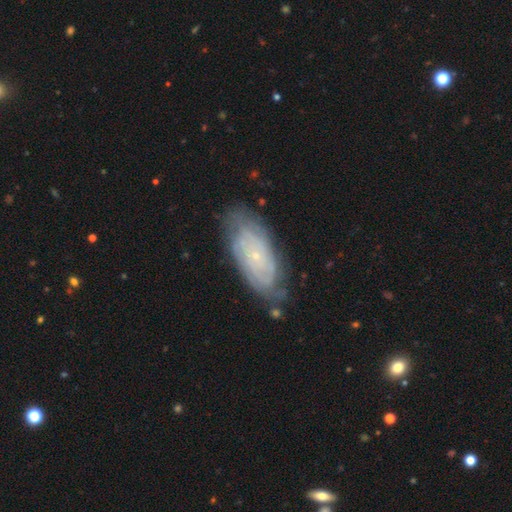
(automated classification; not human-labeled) The model was most divided on "smooth or featured": featured or disk: 69%, smooth: 24%, star or artifact: 7%. More confident: edge-on disk — no (91%); bulge size — small (87%); bar — no (83%); spiral arms — yes (83%); spiral winding — tight (77%); merging — none (72%); spiral arm count — can't tell (60%).